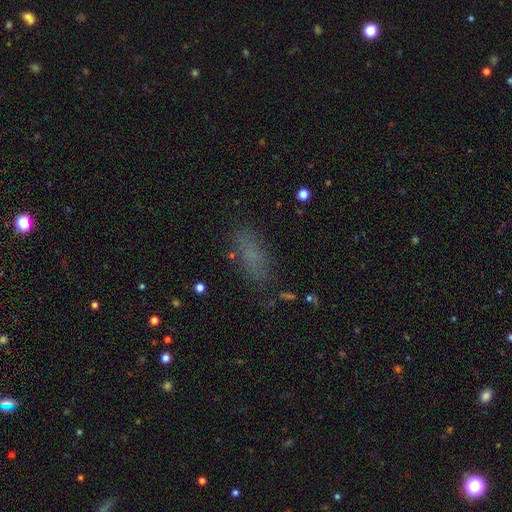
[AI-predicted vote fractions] Smooth or featured?
  - smooth: 68% *
  - star or artifact: 19%
  - featured or disk: 13%
How rounded?
  - in between: 69% *
  - cigar-shaped: 27%
  - round: 4%
Merging?
  - none: 72% *
  - minor disturbance: 17%
  - major disturbance: 8%
  - merger: 3%